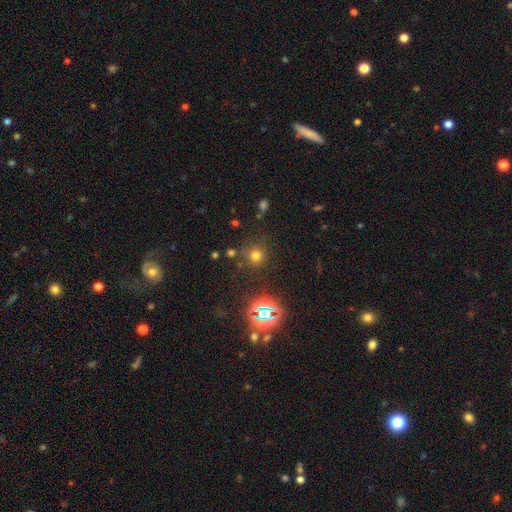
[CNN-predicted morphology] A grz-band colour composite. It shows a smooth galaxy with no disk features (65%) that is round (91%). Merging: none (80%).